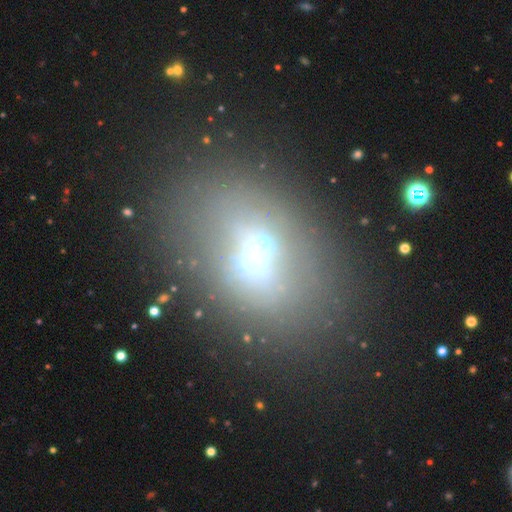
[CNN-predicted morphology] type=smooth (41%); merging=none (62%).